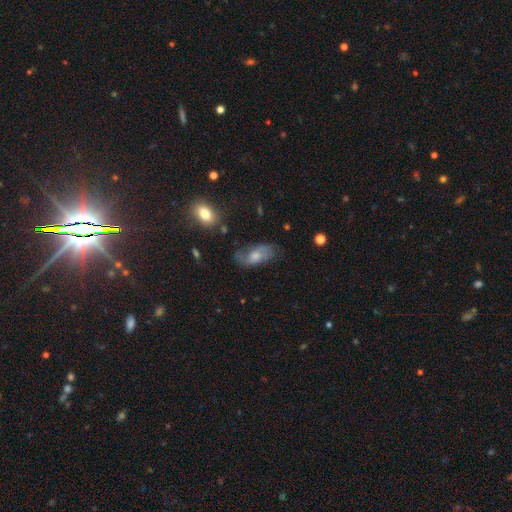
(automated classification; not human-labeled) Smooth or featured? Predicted: featured or disk (p=0.46). Merging? Predicted: none (p=0.56).